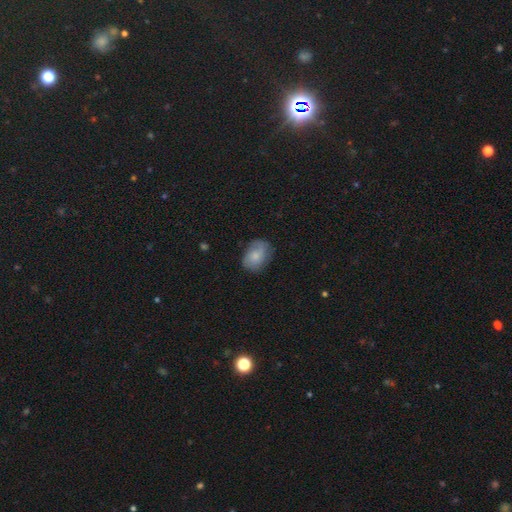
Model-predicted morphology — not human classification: Smooth or featured?
  - smooth: 70% *
  - featured or disk: 23%
  - star or artifact: 7%
How rounded?
  - in between: 76% *
  - round: 22%
  - cigar-shaped: 1%
Merging?
  - none: 66% *
  - minor disturbance: 25%
  - major disturbance: 7%
  - merger: 1%